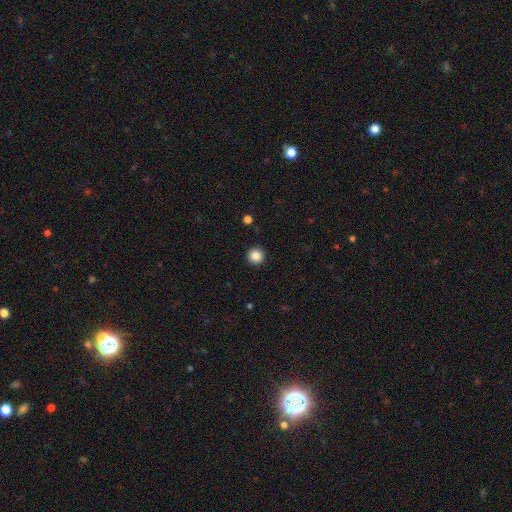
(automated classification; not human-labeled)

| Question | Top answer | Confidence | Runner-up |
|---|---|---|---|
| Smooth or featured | smooth | 86% | star or artifact (10%) |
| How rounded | round | 96% | in between (3%) |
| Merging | none | 93% | minor disturbance (4%) |